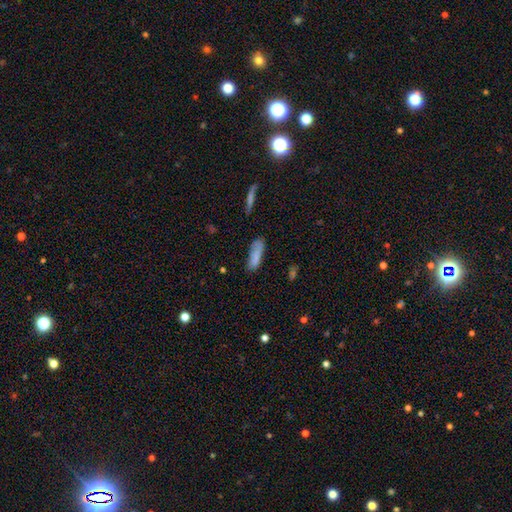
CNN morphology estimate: Smooth or featured? Predicted: smooth (p=0.80). How rounded? Predicted: cigar-shaped (p=0.53). Merging? Predicted: none (p=0.58).